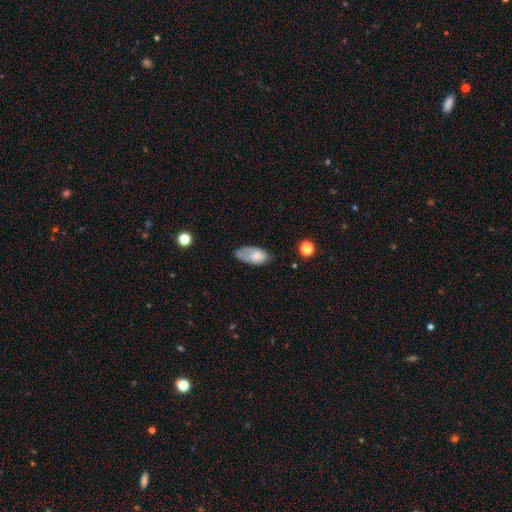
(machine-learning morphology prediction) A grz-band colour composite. It shows a smooth galaxy with no disk features (70%) that is in between round and cigar-shaped (92%). Merging: none (49%).